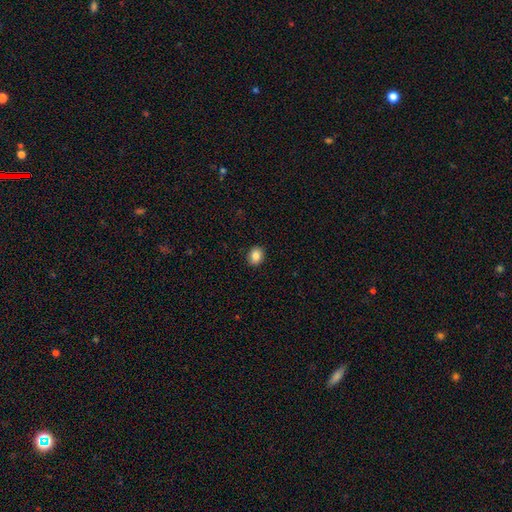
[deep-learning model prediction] smooth 86%, star or artifact 9%, featured or disk 6%. Down the decision tree: how rounded — round (51%); merging — none (91%).